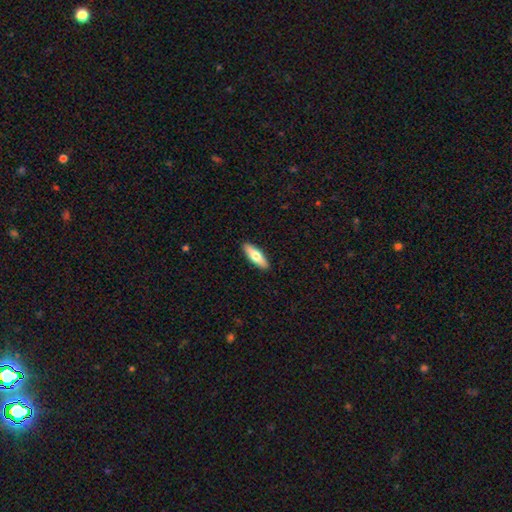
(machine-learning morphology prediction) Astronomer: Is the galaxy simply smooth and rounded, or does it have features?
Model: smooth — 63%.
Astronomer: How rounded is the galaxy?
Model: in between — 51% (runner-up: cigar-shaped, 47%).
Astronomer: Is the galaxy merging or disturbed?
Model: none — 91%.